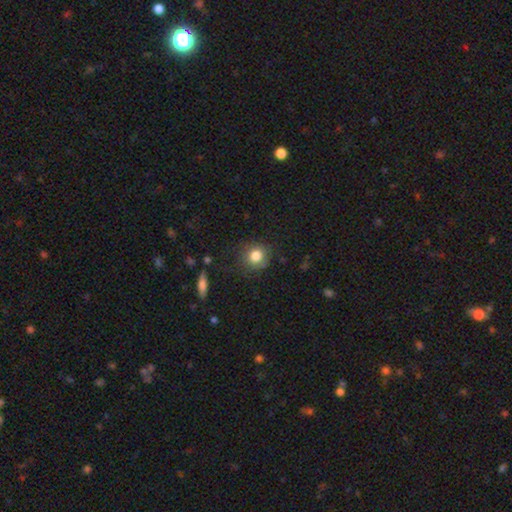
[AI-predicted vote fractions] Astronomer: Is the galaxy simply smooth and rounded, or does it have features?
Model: smooth — 82%.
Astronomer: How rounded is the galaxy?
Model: round — 85%.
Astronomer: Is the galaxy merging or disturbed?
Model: none — 80%.